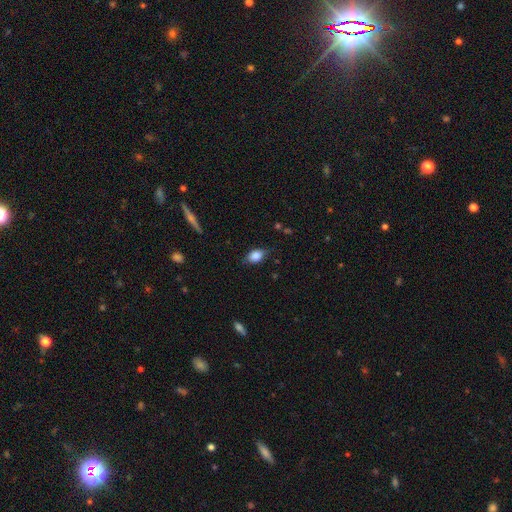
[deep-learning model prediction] A smooth galaxy with no disk features (83%) that is in between round and cigar-shaped (82%).

Vote fractions:
- Smooth or featured? smooth: 83% / featured or disk: 9% / star or artifact: 8%
- How rounded? in between: 82% / round: 16% / cigar-shaped: 3%
- Merging? none: 71% / minor disturbance: 23% / major disturbance: 5% / merger: 1%